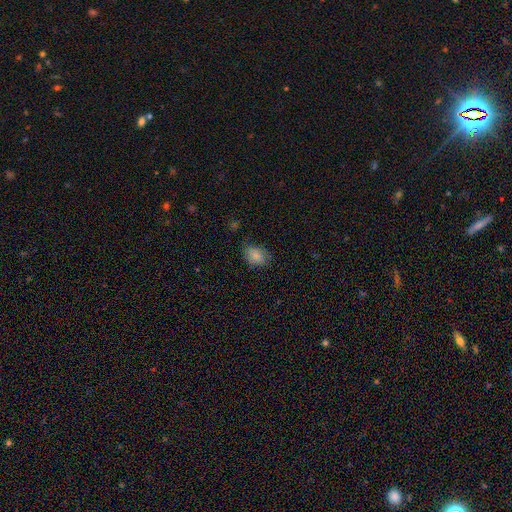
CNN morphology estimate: This appears to be a smooth galaxy with no disk features (82%) that is in between round and cigar-shaped (75%). Merging: none (68%).